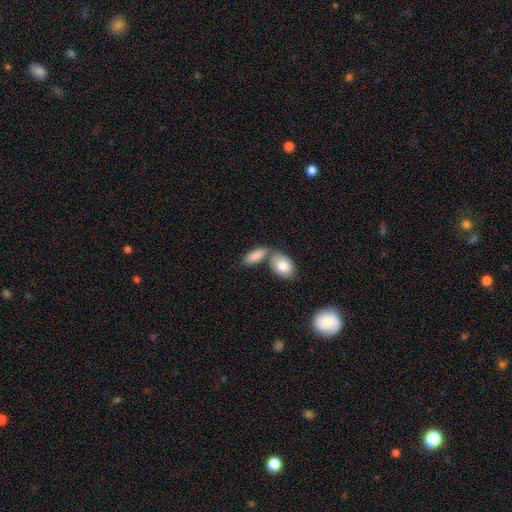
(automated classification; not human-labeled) smooth_or_featured: smooth (p=0.85) [alt: featured or disk p=0.09]
how_rounded: in between (p=0.85) [alt: cigar-shaped p=0.11]
merging: none (p=0.45) [alt: merger p=0.37]